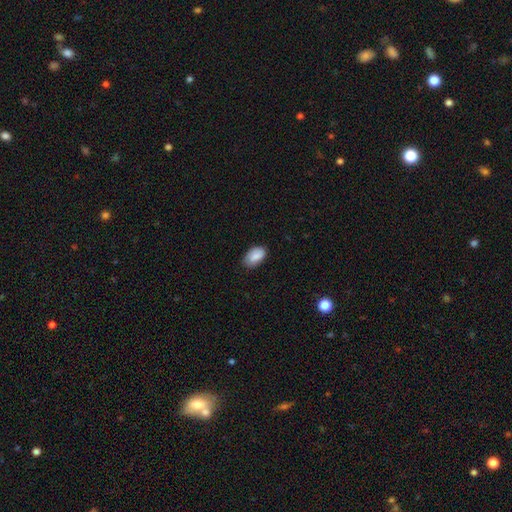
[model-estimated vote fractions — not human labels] smooth-or-featured: smooth: 83% | featured or disk: 10% | star or artifact: 7%
  how-rounded: in between: 93% | round: 6% | cigar-shaped: 2%
  merging: none: 76% | minor disturbance: 20% | major disturbance: 3% | merger: 1%